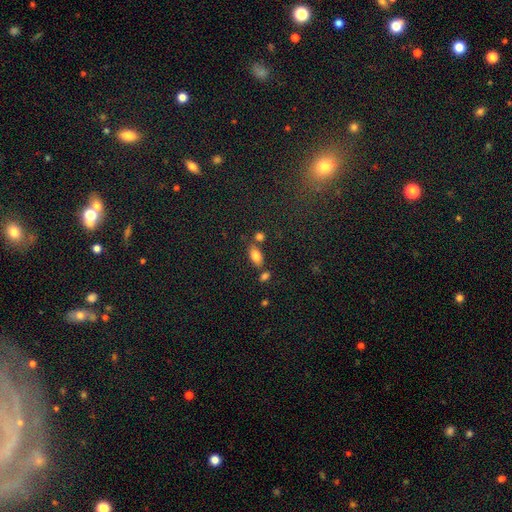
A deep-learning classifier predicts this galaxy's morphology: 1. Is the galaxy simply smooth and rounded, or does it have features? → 81% smooth, 10% featured or disk, 9% star or artifact.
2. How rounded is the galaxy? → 90% in between, 5% round, 5% cigar-shaped.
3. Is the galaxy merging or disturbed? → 67% none, 17% merger, 12% minor disturbance, 3% major disturbance.